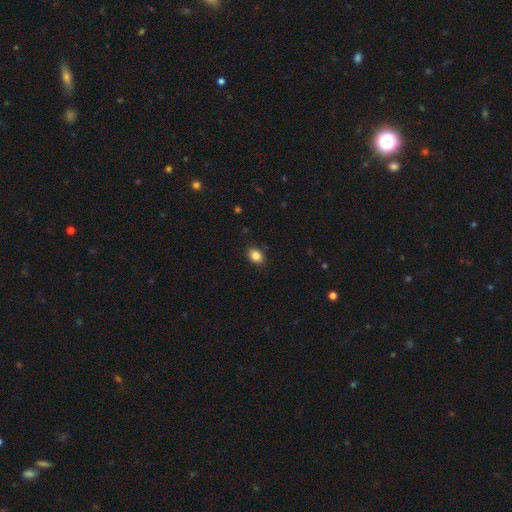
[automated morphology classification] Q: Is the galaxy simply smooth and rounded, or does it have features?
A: smooth — 85%.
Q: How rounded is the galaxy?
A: in between — 71%.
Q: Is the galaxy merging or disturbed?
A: none — 88%.